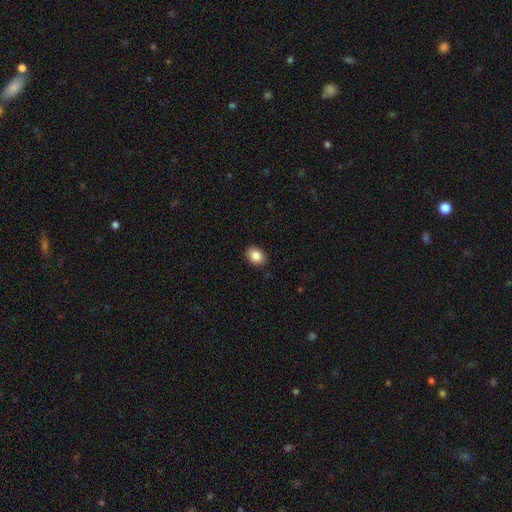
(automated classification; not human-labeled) A smooth galaxy with no disk features (85%) that is in between round and cigar-shaped (60%). Merging: none (89%).